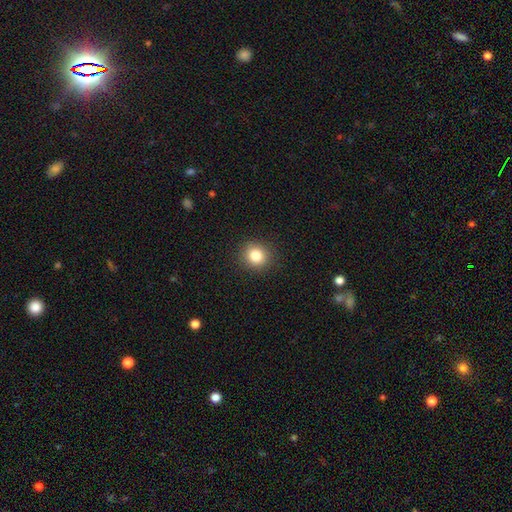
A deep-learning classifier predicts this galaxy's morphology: Overall: smooth (83%). How rounded: round (87%). Merging: none (90%).